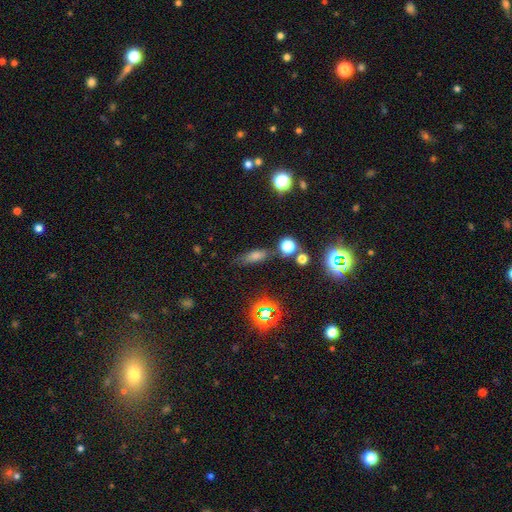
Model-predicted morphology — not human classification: Smooth or featured? Predicted: smooth (p=0.61). How rounded? Predicted: in between (p=0.52). Merging? Predicted: none (p=0.71).